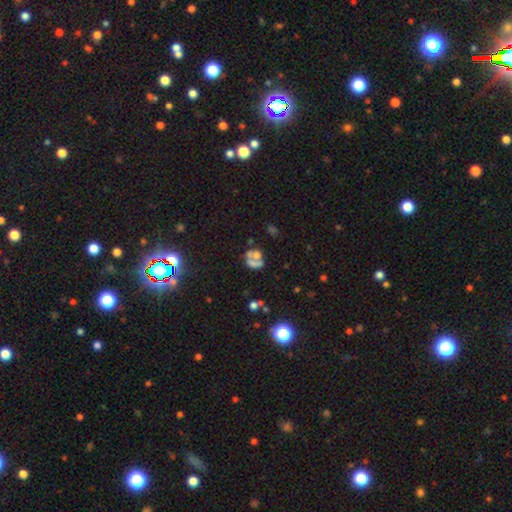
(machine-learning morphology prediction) Q: Smooth or featured?
A: smooth (41%); runner-up: featured or disk (40%)
Q: Merging?
A: merger (43%); runner-up: none (28%)